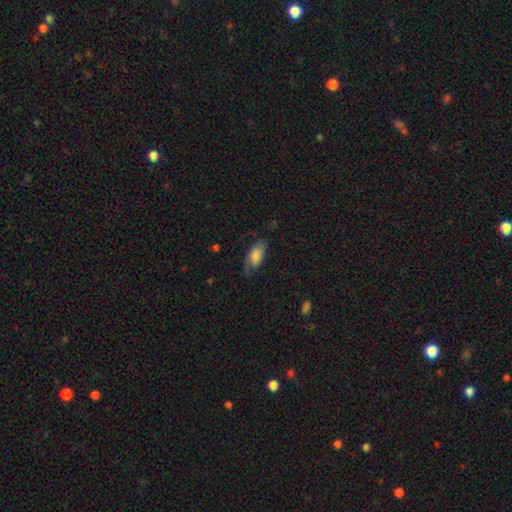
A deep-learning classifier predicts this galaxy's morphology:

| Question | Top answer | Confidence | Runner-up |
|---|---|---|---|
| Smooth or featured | smooth | 59% | featured or disk (34%) |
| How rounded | in between | 89% | cigar-shaped (8%) |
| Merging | none | 54% | minor disturbance (28%) |